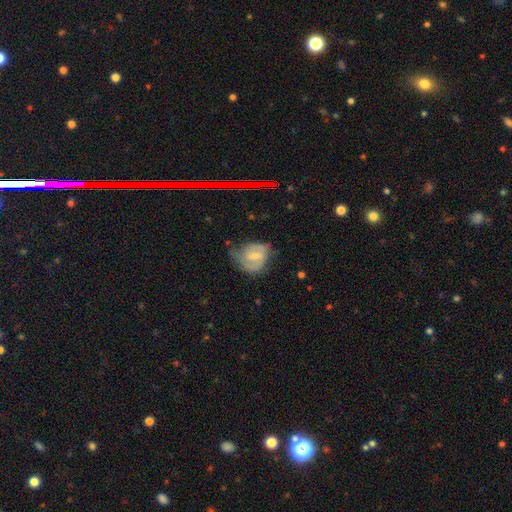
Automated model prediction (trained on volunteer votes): This appears to be a featured or disk galaxy (62%) with a weak bar (51%), spiral arms (83%) and a small central bulge (48%). Merging: none (55%).